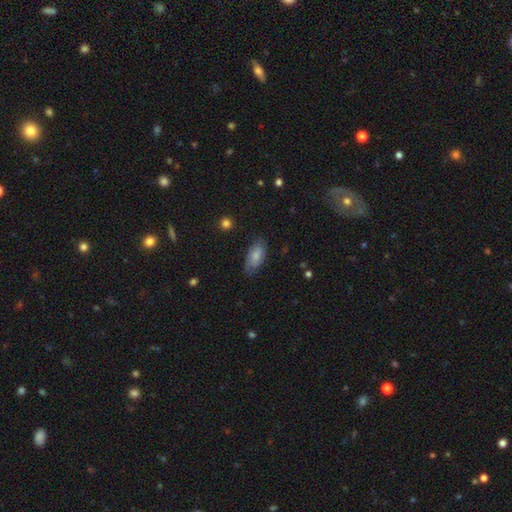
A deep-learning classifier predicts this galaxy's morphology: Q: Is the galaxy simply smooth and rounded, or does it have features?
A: smooth — 68%.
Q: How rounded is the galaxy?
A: in between — 91%.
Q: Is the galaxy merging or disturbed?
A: none — 70%.